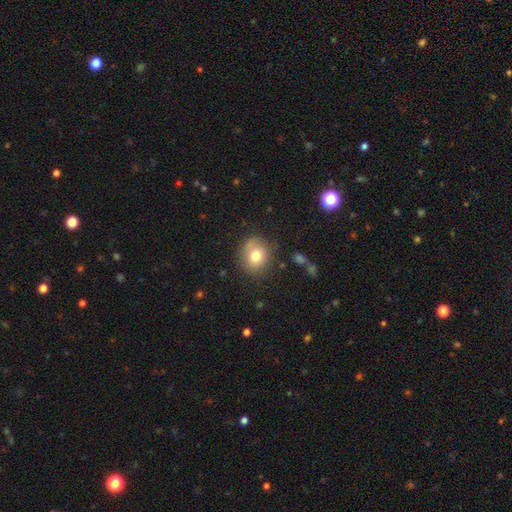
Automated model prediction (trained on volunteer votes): This is likely a smooth galaxy (76%). How rounded: likely round (73%). Merging: likely none (75%).